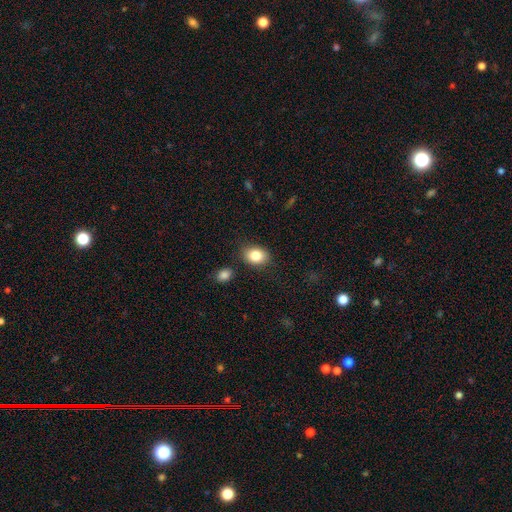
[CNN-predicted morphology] smooth 85%, star or artifact 8%, featured or disk 7%. Down the decision tree: how rounded — in between (69%); merging — none (82%).